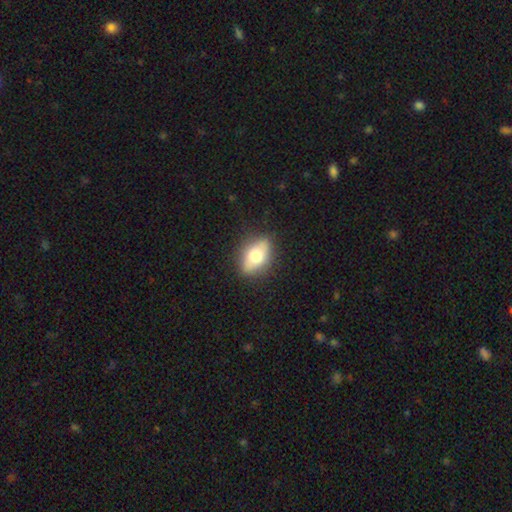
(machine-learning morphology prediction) Overall: smooth (62%; featured or disk 30%). How rounded: in between (82%). Merging: none (83%).